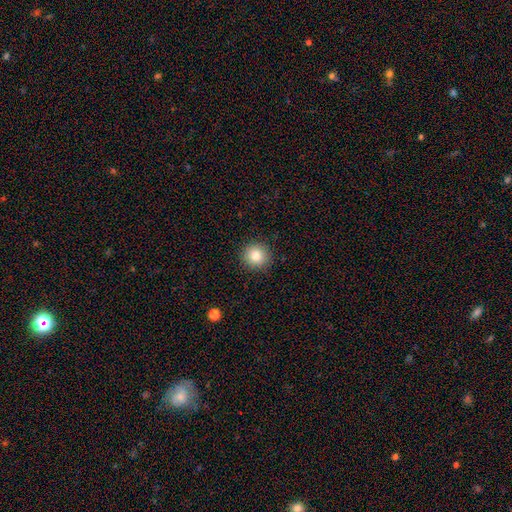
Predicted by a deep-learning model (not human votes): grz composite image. It shows a smooth galaxy with no disk features (83%) that is round (93%). Merging: none (92%).